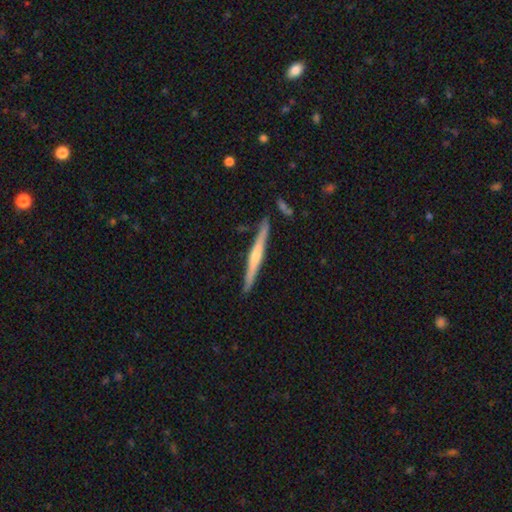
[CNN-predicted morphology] Smooth or featured: featured or disk — 64% (smooth — 31%)
Edge-on disk: yes — 98% (no — 2%)
Edge-on bulge: rounded — 59% (none — 32%)
Merging: none — 87% (minor disturbance — 9%)